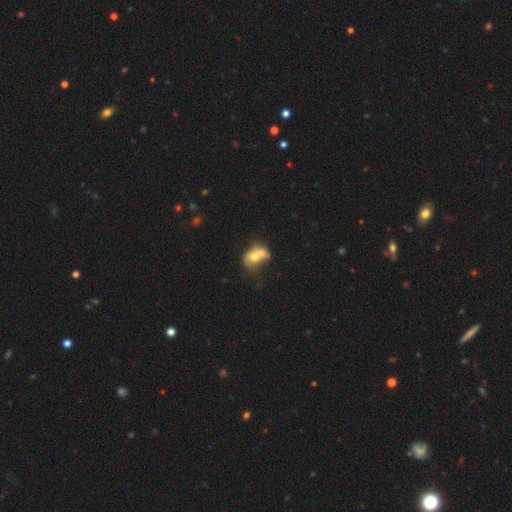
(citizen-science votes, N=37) This is likely a smooth galaxy (70%). How rounded: likely in between (62%). Merging: likely merger (66%).